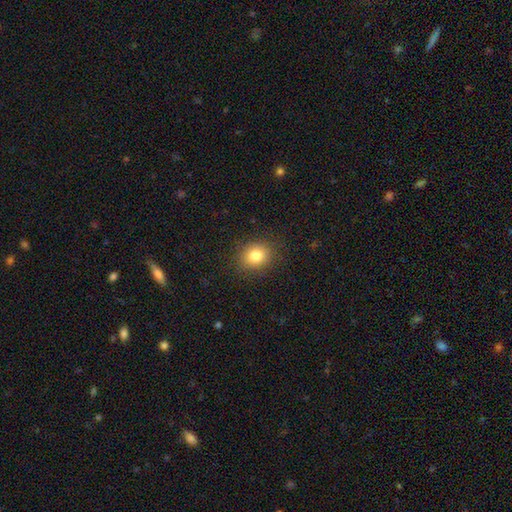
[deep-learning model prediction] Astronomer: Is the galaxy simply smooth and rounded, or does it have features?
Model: smooth — 82%.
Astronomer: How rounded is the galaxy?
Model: round — 63%.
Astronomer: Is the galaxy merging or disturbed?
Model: none — 88%.